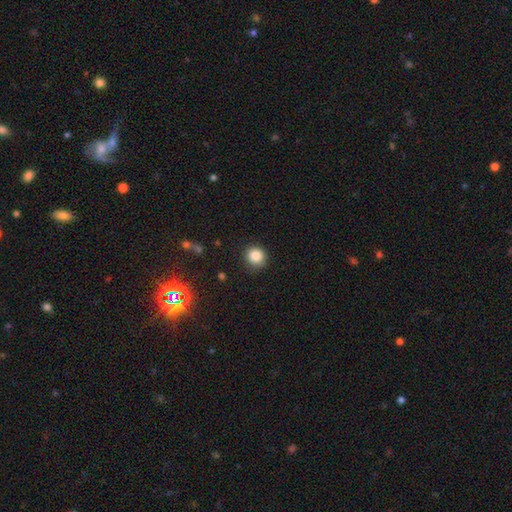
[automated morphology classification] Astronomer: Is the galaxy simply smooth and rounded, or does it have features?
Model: smooth — 85%.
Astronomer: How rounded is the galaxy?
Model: round — 89%.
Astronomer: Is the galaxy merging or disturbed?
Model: none — 84%.